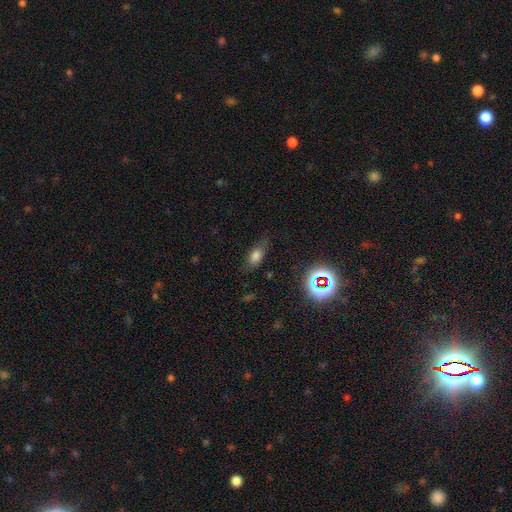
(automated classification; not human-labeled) Smooth or featured?
  - smooth: 69% *
  - star or artifact: 17%
  - featured or disk: 14%
How rounded?
  - in between: 81% *
  - cigar-shaped: 10%
  - round: 10%
Merging?
  - none: 65% *
  - minor disturbance: 23%
  - major disturbance: 9%
  - merger: 2%